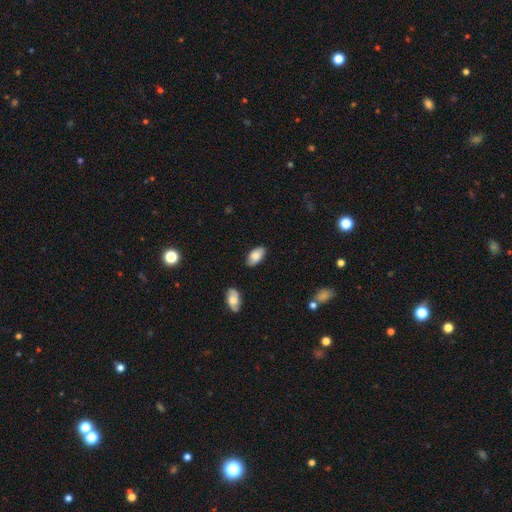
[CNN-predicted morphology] Smooth or featured? Predicted: smooth (p=0.82). How rounded? Predicted: in between (p=0.95). Merging? Predicted: none (p=0.81).